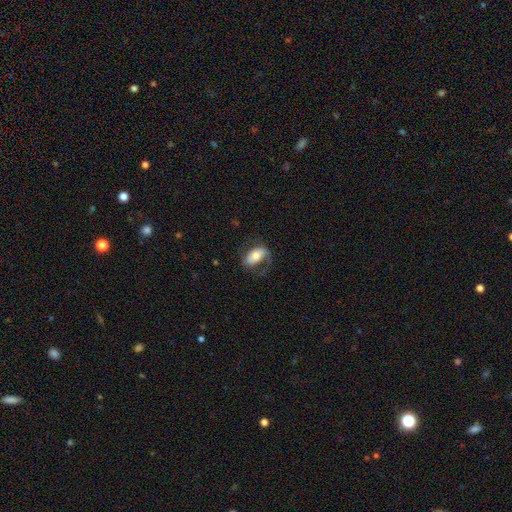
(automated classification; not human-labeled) Q: Smooth or featured?
A: featured or disk (49%); runner-up: smooth (44%)
Q: Merging?
A: none (56%); runner-up: minor disturbance (21%)